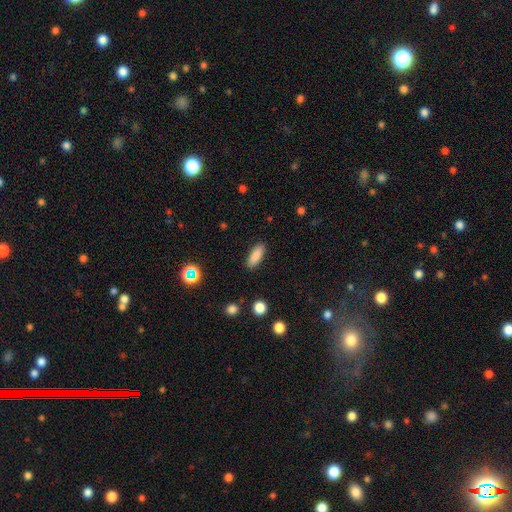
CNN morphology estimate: A smooth galaxy with no disk features (86%) that is in between round and cigar-shaped (59%). Merging: none (89%).